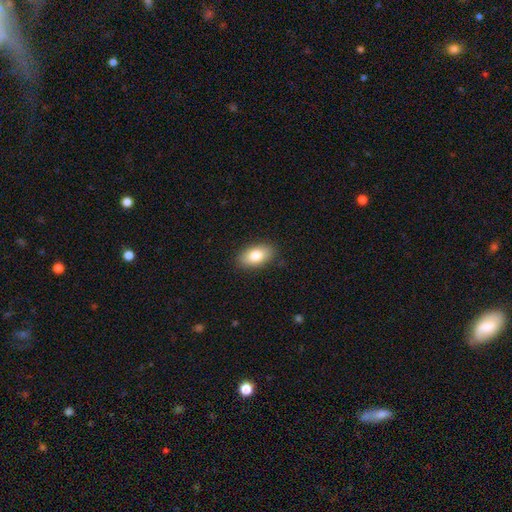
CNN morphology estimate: A smooth galaxy with no disk features (81%) that is in between round and cigar-shaped (92%). Merging: none (86%).